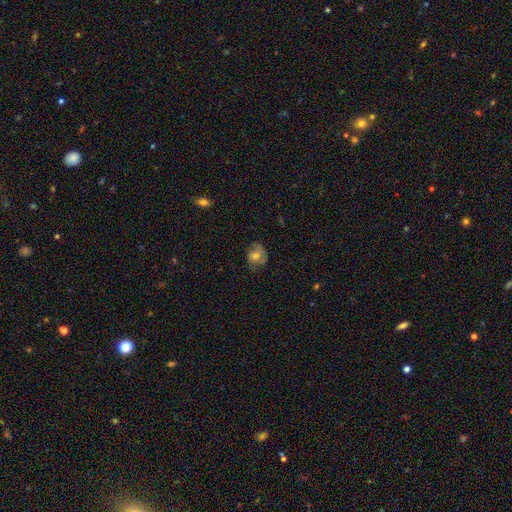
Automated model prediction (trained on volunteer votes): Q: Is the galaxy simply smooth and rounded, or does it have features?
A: smooth — 53%.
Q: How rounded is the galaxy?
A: round — 64%.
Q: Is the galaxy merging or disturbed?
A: none — 64%.